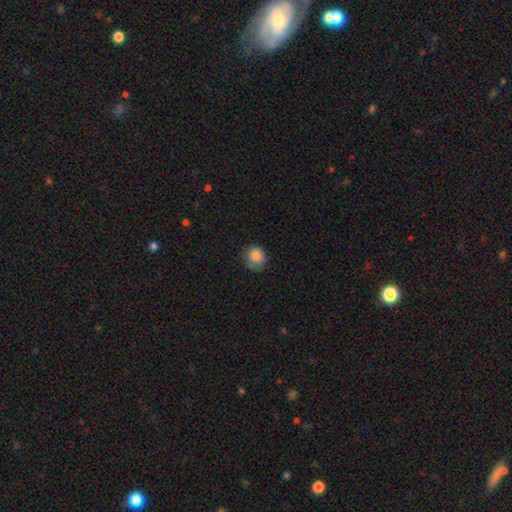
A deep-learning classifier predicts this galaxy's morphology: The model was most divided on "merging": none: 69%, minor disturbance: 24%, major disturbance: 6%, merger: 1%. More confident: smooth or featured — smooth (83%); how rounded — round (82%).